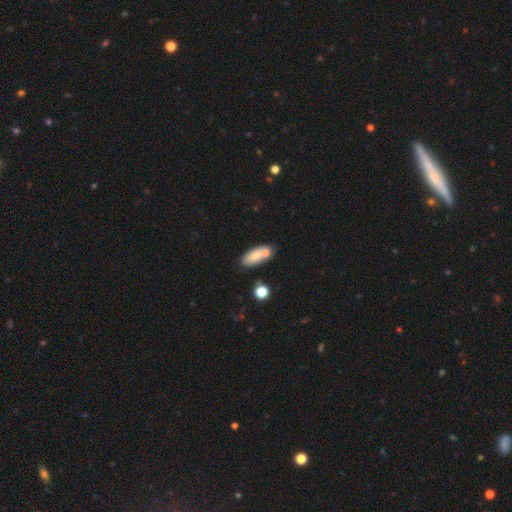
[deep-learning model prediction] Q: Smooth or featured?
A: smooth (75%); runner-up: featured or disk (17%)
Q: How rounded?
A: in between (80%); runner-up: cigar-shaped (17%)
Q: Merging?
A: none (55%); runner-up: merger (26%)